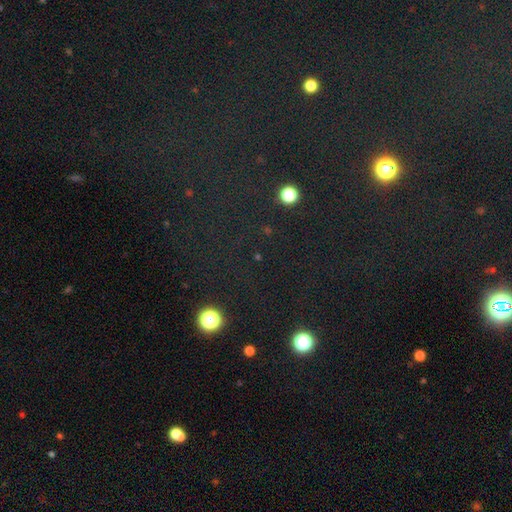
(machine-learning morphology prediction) Q: Smooth or featured?
A: star or artifact (73%); runner-up: smooth (17%)